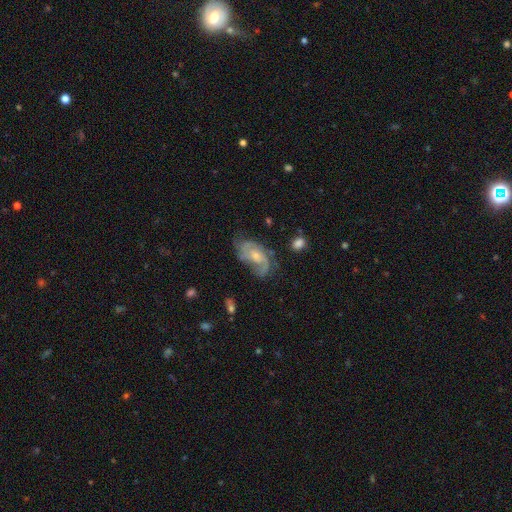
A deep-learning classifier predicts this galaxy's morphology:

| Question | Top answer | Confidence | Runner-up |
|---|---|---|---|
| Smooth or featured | featured or disk | 78% | smooth (16%) |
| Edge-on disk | no | 96% | yes (4%) |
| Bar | no | 66% | weak (30%) |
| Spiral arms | yes | 92% | no (8%) |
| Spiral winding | medium | 45% | tight (32%) |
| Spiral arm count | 2 | 55% | can't tell (19%) |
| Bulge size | small | 47% | moderate (45%) |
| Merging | none | 56% | minor disturbance (25%) |